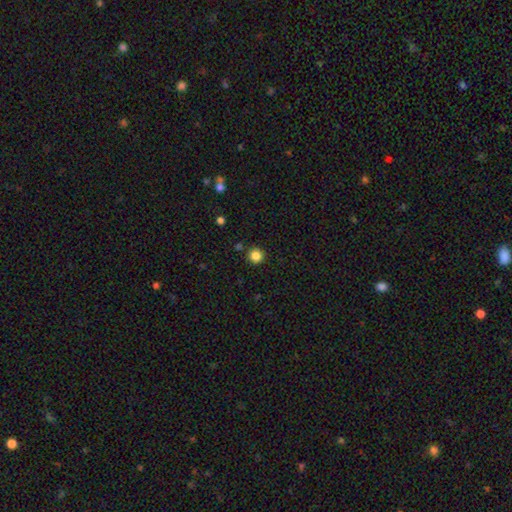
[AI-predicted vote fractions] The model was most divided on "smooth or featured": smooth: 85%, star or artifact: 12%, featured or disk: 4%. More confident: how rounded — round (94%); merging — none (88%).